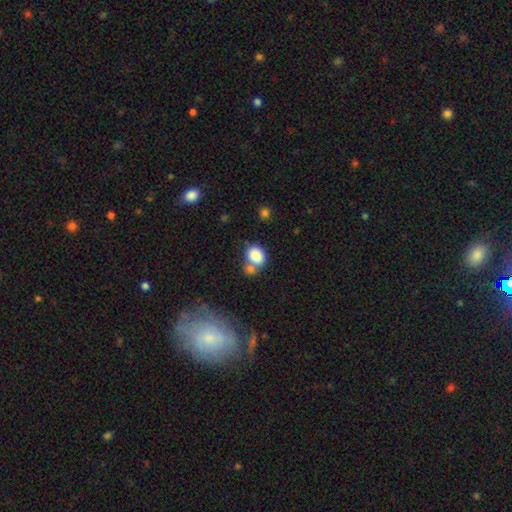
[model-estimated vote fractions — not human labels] Smooth or featured: smooth — 83% (star or artifact — 9%)
How rounded: in between — 55% (round — 44%)
Merging: none — 43% (merger — 38%)